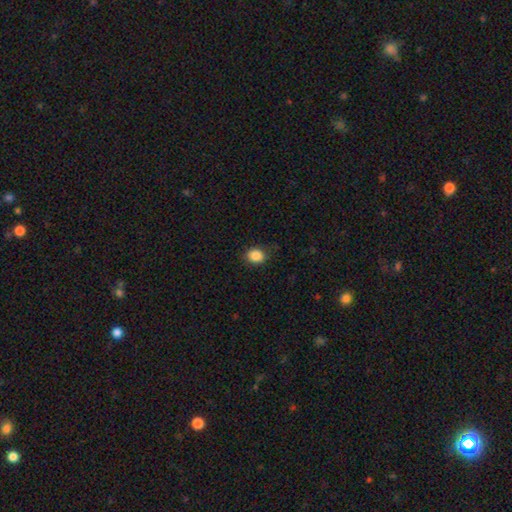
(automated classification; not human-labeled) A smooth galaxy with no disk features (87%) that is round (57%). Merging: none (85%).